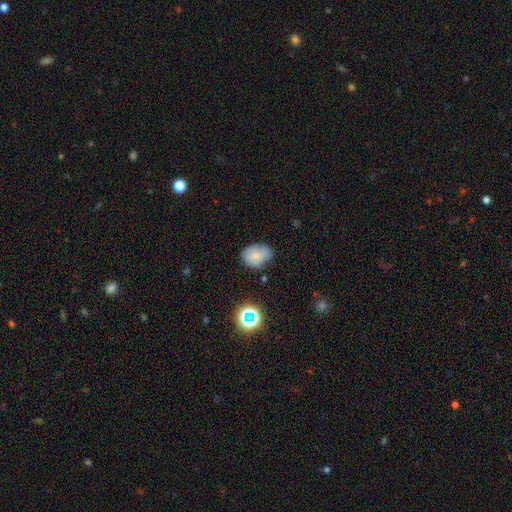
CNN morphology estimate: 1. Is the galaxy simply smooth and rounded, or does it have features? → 70% smooth, 16% featured or disk, 13% star or artifact.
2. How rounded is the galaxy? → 68% in between, 30% round, 1% cigar-shaped.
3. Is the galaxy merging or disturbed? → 60% none, 29% minor disturbance, 8% major disturbance, 4% merger.